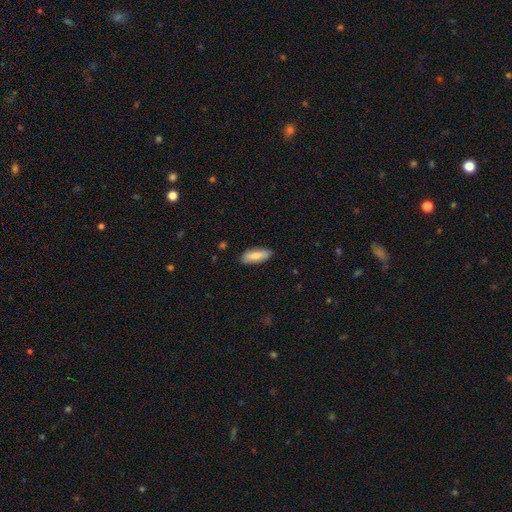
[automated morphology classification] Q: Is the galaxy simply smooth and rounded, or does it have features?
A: smooth — 77%.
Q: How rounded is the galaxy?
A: in between — 73%.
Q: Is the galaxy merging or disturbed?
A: none — 85%.